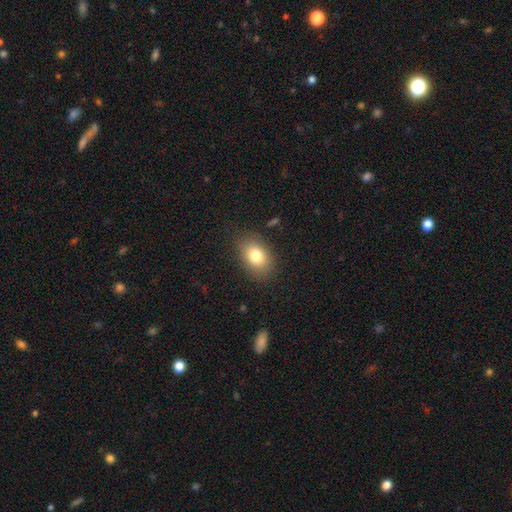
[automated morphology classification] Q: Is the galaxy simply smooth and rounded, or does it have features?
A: smooth — 80%.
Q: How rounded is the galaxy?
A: in between — 78%.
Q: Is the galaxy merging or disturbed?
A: none — 83%.